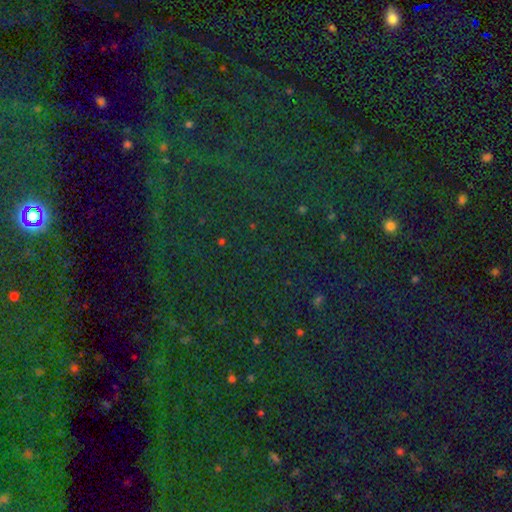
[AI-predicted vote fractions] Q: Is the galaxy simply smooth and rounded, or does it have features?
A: star or artifact — 81%.